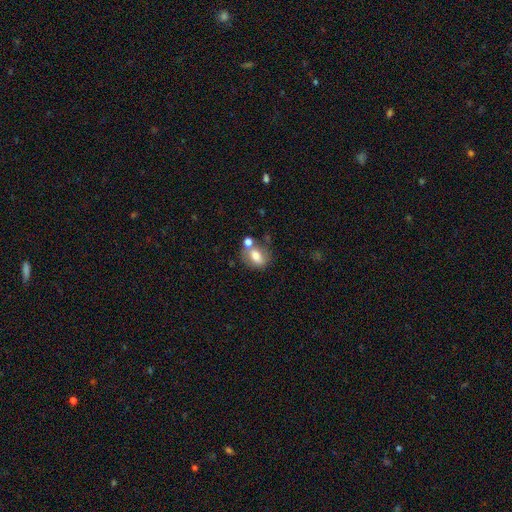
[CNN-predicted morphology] A smooth galaxy with no disk features (68%) that is in between round and cigar-shaped (64%).

Vote fractions:
- Smooth or featured? smooth: 68% / featured or disk: 23% / star or artifact: 10%
- How rounded? in between: 64% / round: 35% / cigar-shaped: 2%
- Merging? none: 47% / merger: 26% / minor disturbance: 18% / major disturbance: 9%